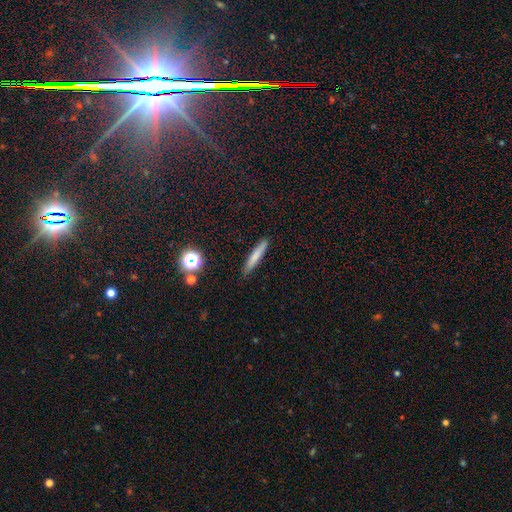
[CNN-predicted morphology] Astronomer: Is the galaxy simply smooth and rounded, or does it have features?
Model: smooth — 73%.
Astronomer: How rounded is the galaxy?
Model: cigar-shaped — 92%.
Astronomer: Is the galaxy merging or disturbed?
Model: none — 88%.